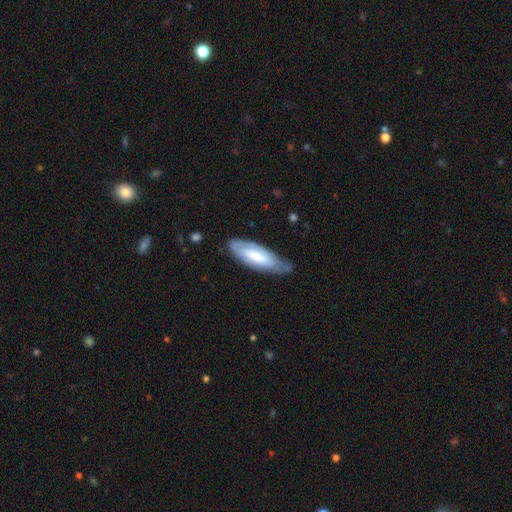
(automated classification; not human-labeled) Smooth or featured?
  - smooth: 55% *
  - featured or disk: 38%
  - star or artifact: 6%
How rounded?
  - in between: 60% *
  - cigar-shaped: 38%
  - round: 1%
Merging?
  - none: 64% *
  - minor disturbance: 28%
  - major disturbance: 6%
  - merger: 2%